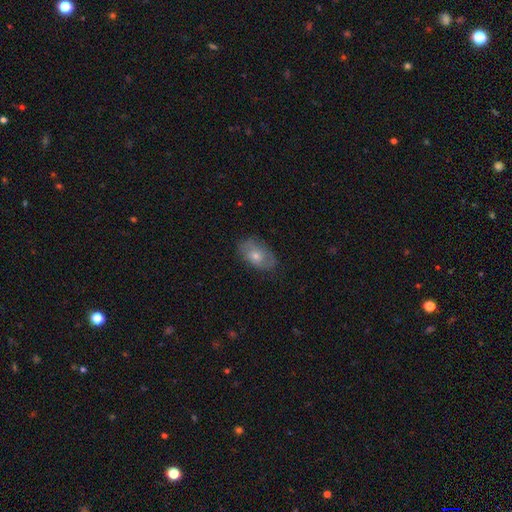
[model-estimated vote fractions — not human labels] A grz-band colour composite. It shows a featured or disk galaxy (47%). Merging: none (77%).